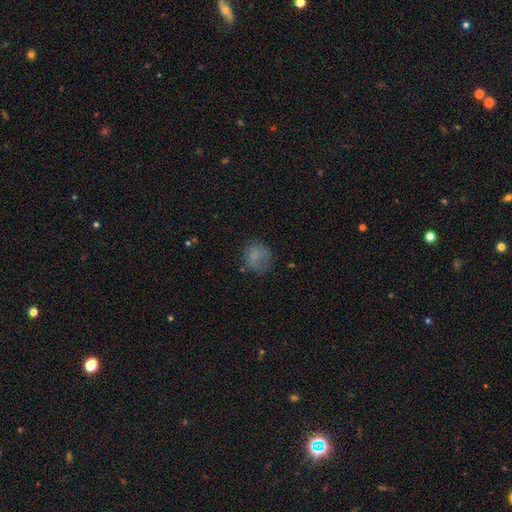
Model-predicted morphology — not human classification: The model was most divided on "merging": none: 58%, minor disturbance: 24%, major disturbance: 15%, merger: 3%. More confident: smooth or featured — smooth (75%); how rounded — round (72%).